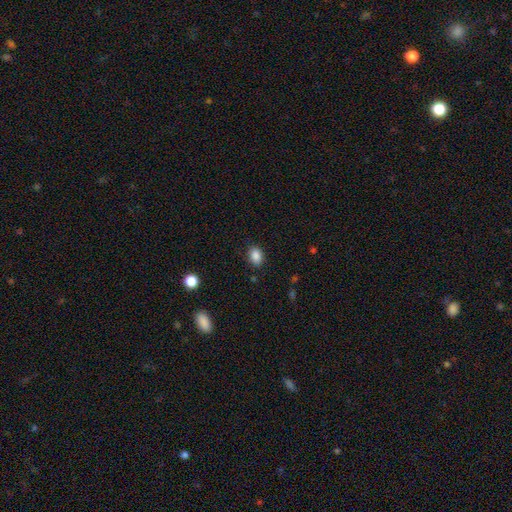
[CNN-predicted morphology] Smooth or featured: smooth — 87% (star or artifact — 9%)
How rounded: in between — 74% (round — 25%)
Merging: none — 84% (minor disturbance — 12%)